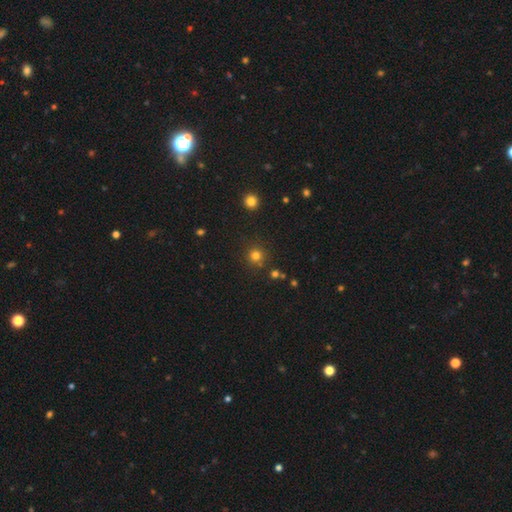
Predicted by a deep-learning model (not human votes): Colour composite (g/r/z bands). It shows a smooth galaxy with no disk features (76%) that is round (94%). Merging: none (83%).